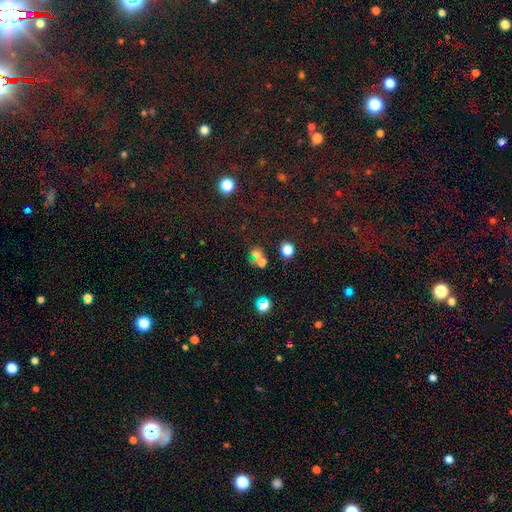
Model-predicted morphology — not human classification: smooth_or_featured: smooth (p=0.54) [alt: star or artifact p=0.32]
how_rounded: round (p=0.77) [alt: in between p=0.22]
merging: none (p=0.53) [alt: merger p=0.32]